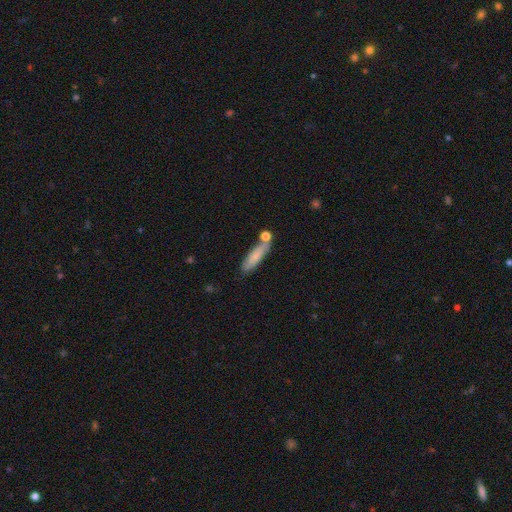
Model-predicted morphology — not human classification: Overall: smooth (77%). How rounded: cigar-shaped (70%). Merging: none (64%).